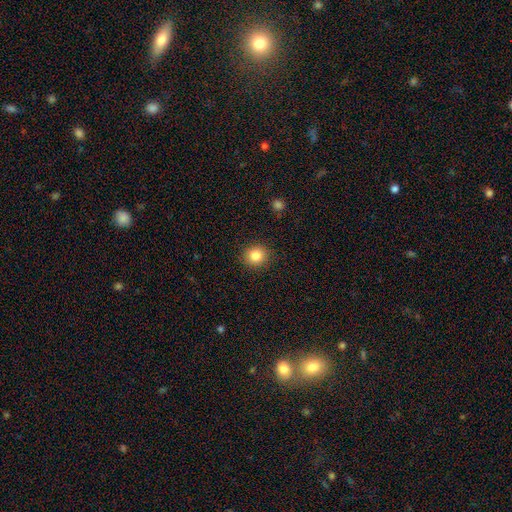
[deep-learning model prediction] Smooth or featured?
  - smooth: 84% *
  - star or artifact: 10%
  - featured or disk: 6%
How rounded?
  - round: 87% *
  - in between: 13%
  - cigar-shaped: 1%
Merging?
  - none: 91% *
  - minor disturbance: 6%
  - major disturbance: 2%
  - merger: 1%